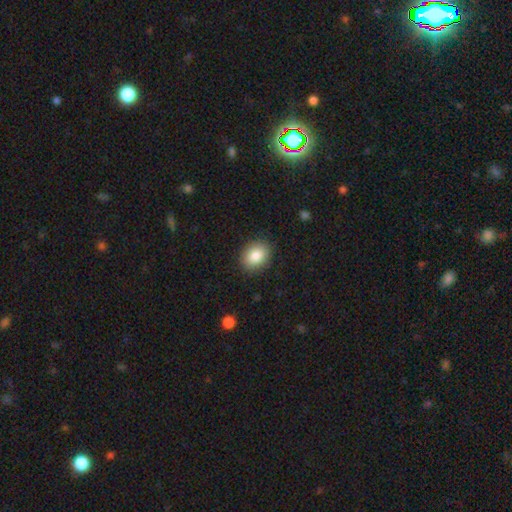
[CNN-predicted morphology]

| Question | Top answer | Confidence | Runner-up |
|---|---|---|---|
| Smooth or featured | smooth | 85% | star or artifact (8%) |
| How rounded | in between | 58% | round (41%) |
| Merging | none | 89% | minor disturbance (8%) |